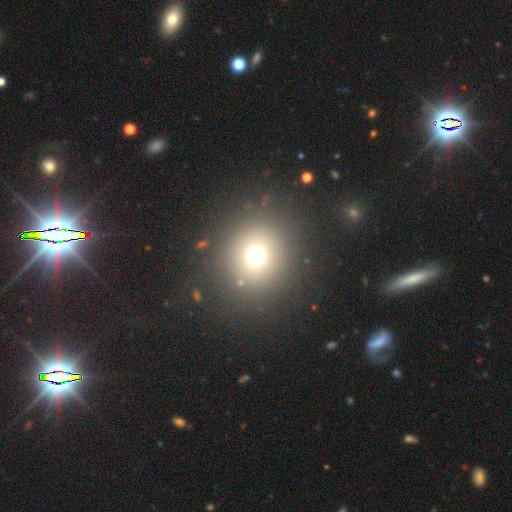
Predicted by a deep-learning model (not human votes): Q: Smooth or featured?
A: smooth (69%); runner-up: star or artifact (20%)
Q: How rounded?
A: round (88%); runner-up: in between (11%)
Q: Merging?
A: none (85%); runner-up: minor disturbance (7%)